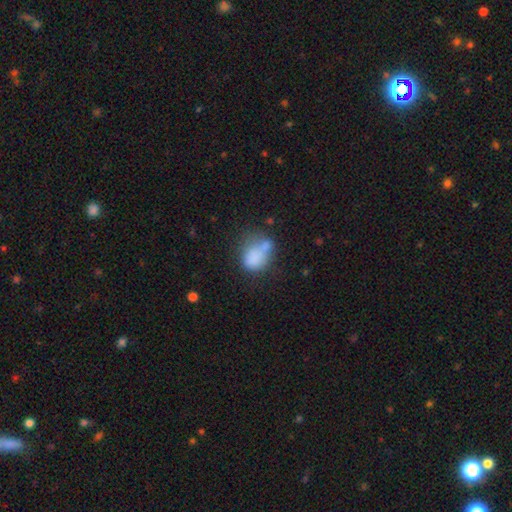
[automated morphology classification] Smooth or featured: smooth — 72% (featured or disk — 17%)
How rounded: in between — 60% (round — 38%)
Merging: merger — 30% (none — 29%)